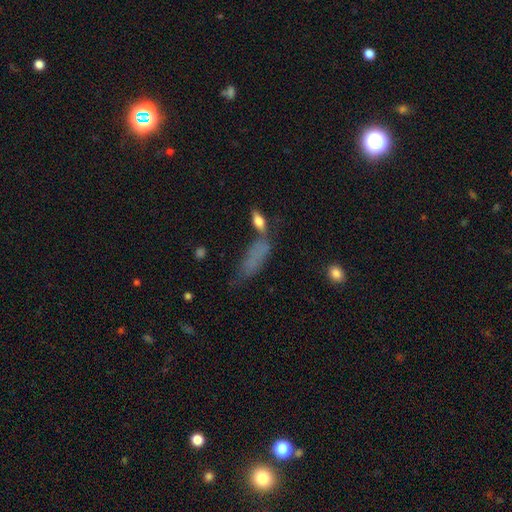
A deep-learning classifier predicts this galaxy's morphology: type=smooth (67%); roundness=in between (53%); merging=none (40%).